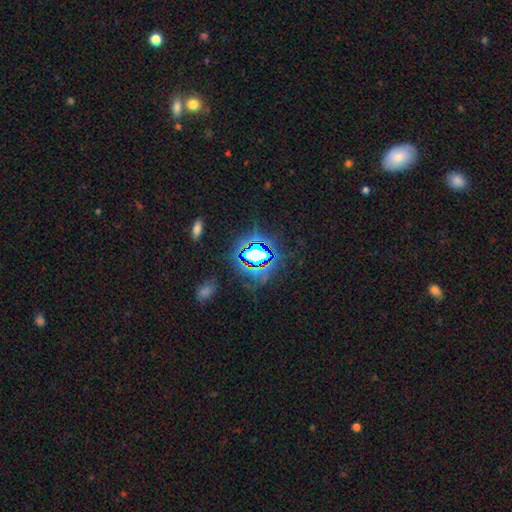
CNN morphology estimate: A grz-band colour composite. It shows a star or artifact, not a galaxy (74%).